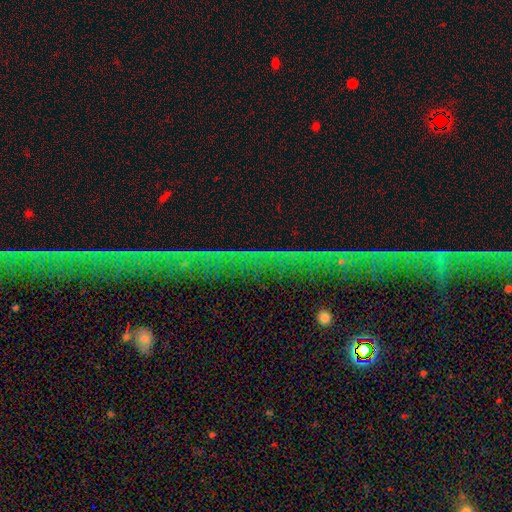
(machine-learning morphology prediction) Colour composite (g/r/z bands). It shows a star or artifact, not a galaxy (73%).